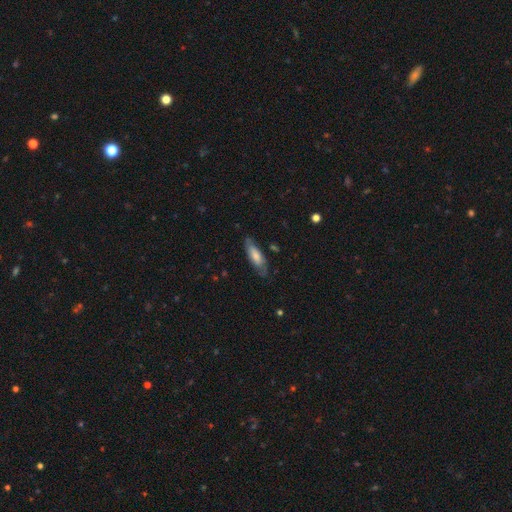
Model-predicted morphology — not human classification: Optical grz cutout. It shows a smooth galaxy with no disk features (57%) that is in between round and cigar-shaped (54%). Merging: none (72%).